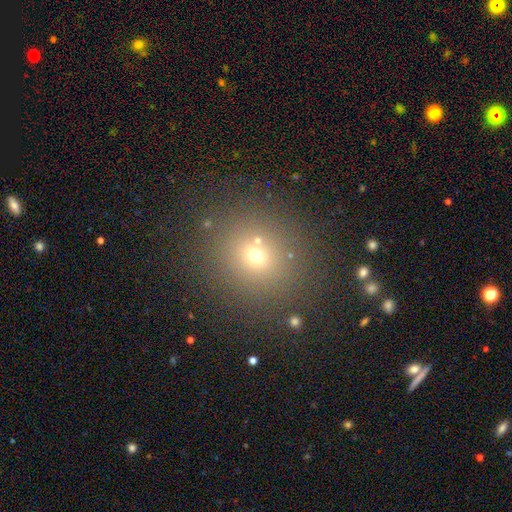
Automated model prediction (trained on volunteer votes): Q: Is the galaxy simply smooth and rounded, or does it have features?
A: smooth — 60%.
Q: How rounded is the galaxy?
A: round — 86%.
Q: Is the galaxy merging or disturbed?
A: none — 79%.